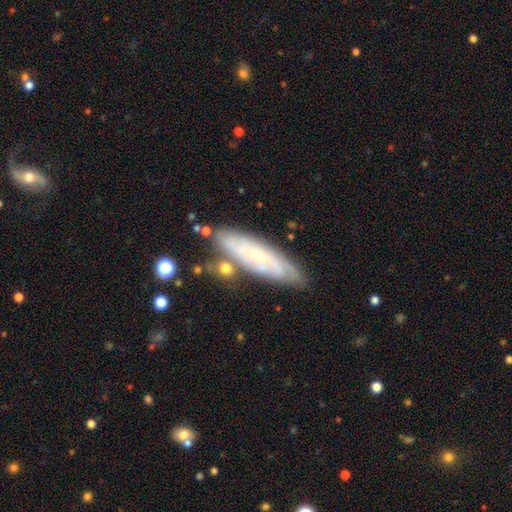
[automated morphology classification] Smooth or featured: featured or disk — 63% (smooth — 30%)
Edge-on disk: no — 72% (yes — 28%)
Merging: none — 74% (minor disturbance — 16%)